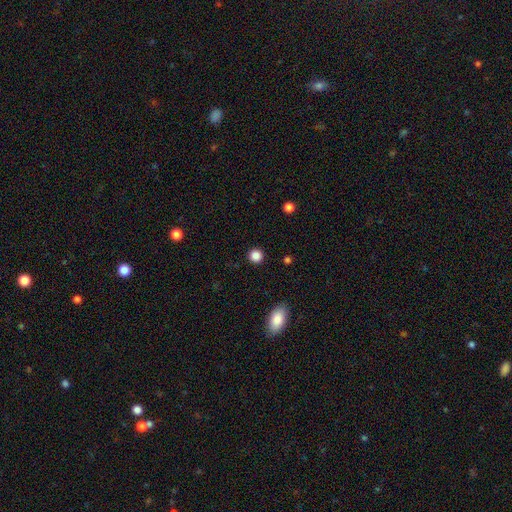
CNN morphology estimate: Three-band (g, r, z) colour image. It shows a smooth galaxy with no disk features (86%) that is round (93%). Merging: none (92%).